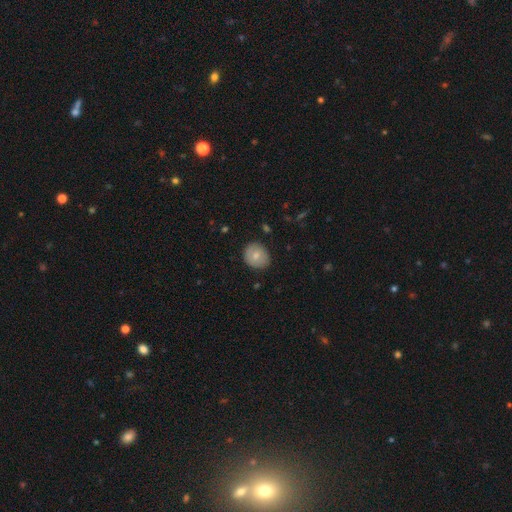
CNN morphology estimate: Overall: smooth (75%). How rounded: round (75%). Merging: none (84%).